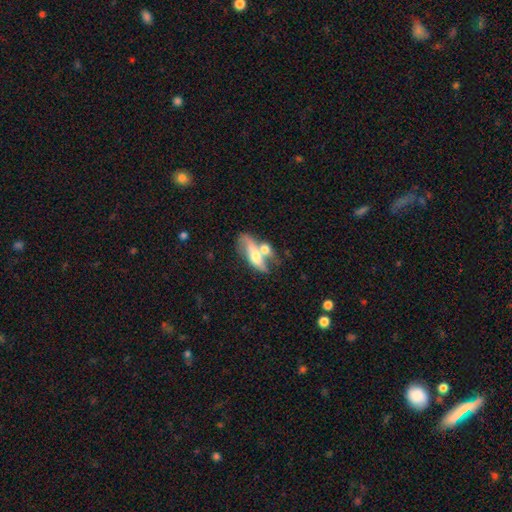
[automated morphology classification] Smooth or featured? featured or disk (49%)
Merging? merger (52%)